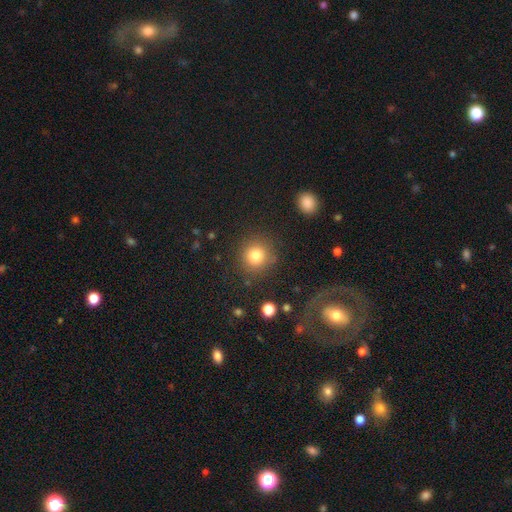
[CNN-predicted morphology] smooth_or_featured: smooth (p=0.80) [alt: star or artifact p=0.13]
how_rounded: round (p=0.92) [alt: in between p=0.07]
merging: none (p=0.85) [alt: minor disturbance p=0.09]